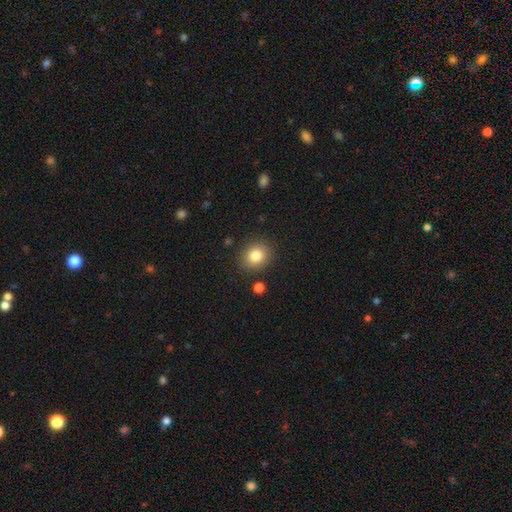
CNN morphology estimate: A smooth galaxy with no disk features (83%) that is round (73%). Merging: none (87%).